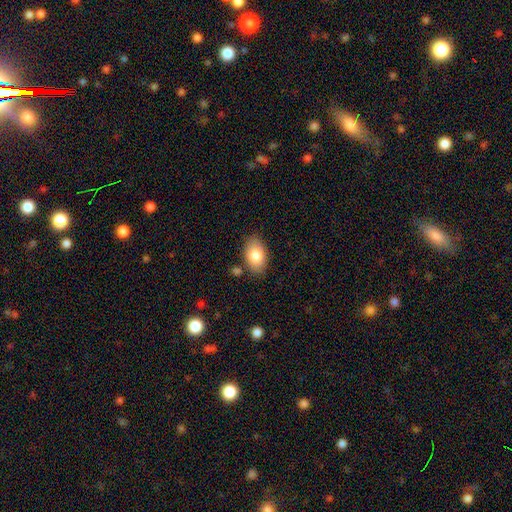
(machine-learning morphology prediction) Smooth or featured? Predicted: smooth (p=0.81). How rounded? Predicted: in between (p=0.92). Merging? Predicted: none (p=0.82).